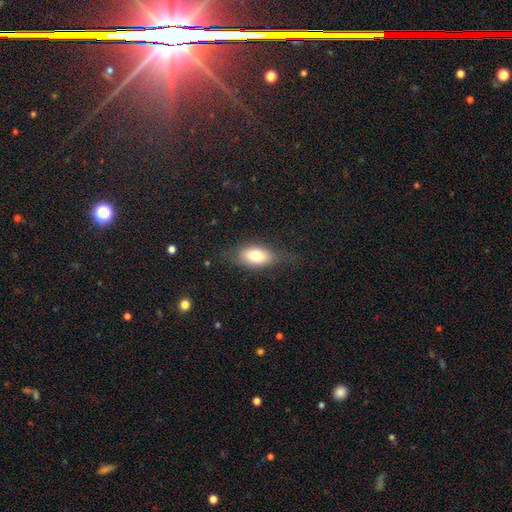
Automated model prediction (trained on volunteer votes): Smooth or featured? smooth (73%)
How rounded? in between (83%)
Merging? none (62%)